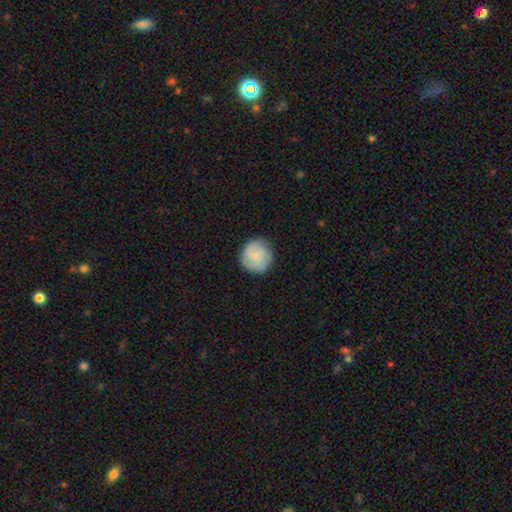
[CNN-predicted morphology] Overall: smooth (59%; featured or disk 35%). How rounded: round (92%). Merging: none (84%).